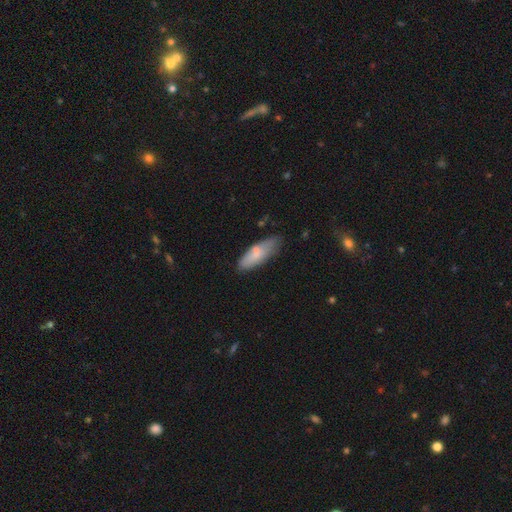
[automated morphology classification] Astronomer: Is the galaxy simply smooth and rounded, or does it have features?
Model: smooth — 73%.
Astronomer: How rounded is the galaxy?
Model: in between — 53% (runner-up: cigar-shaped, 45%).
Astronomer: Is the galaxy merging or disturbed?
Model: none — 73%.